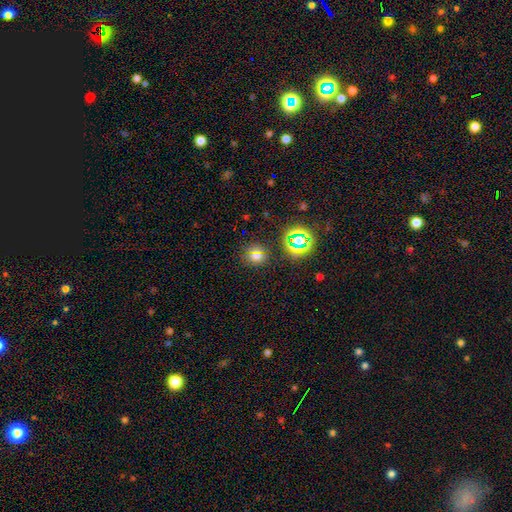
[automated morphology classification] A smooth galaxy with no disk features (57%) that is round (72%).

Vote fractions:
- Smooth or featured? smooth: 57% / star or artifact: 34% / featured or disk: 9%
- How rounded? round: 72% / in between: 27% / cigar-shaped: 1%
- Merging? none: 80% / minor disturbance: 11% / merger: 5% / major disturbance: 4%